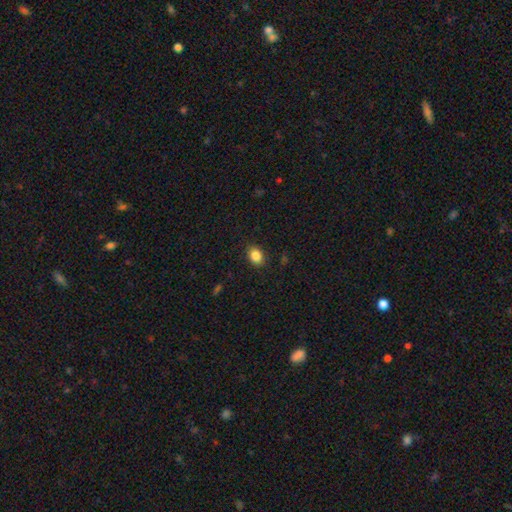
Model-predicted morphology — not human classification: A smooth galaxy with no disk features (86%) that is in between round and cigar-shaped (64%). Merging: none (86%).